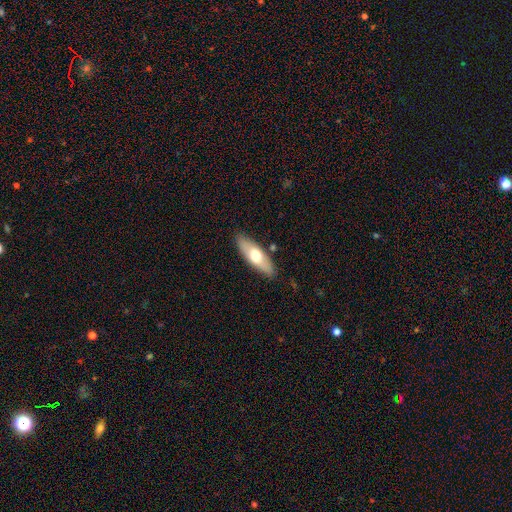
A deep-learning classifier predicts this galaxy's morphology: A smooth galaxy with no disk features (59%) that is in between round and cigar-shaped (67%).

Vote fractions:
- Smooth or featured? smooth: 59% / featured or disk: 36% / star or artifact: 5%
- How rounded? in between: 67% / cigar-shaped: 31% / round: 2%
- Merging? none: 86% / minor disturbance: 10% / merger: 2% / major disturbance: 2%